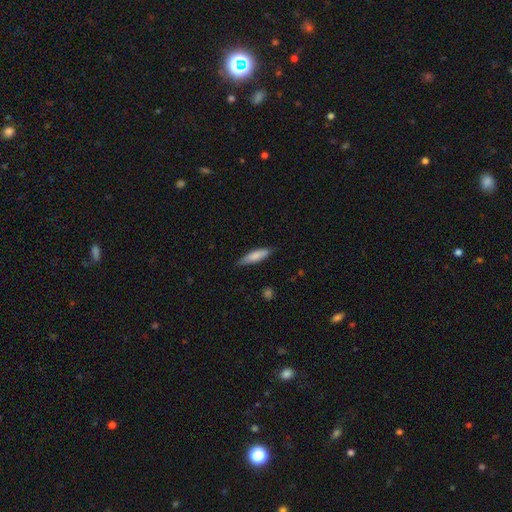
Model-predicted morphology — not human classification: Overall: smooth (79%). How rounded: cigar-shaped (70%). Merging: none (80%).